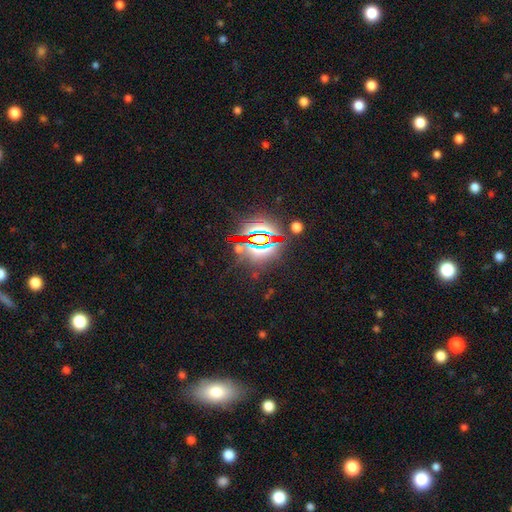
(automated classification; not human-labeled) Smooth or featured: star or artifact — 78% (smooth — 13%)